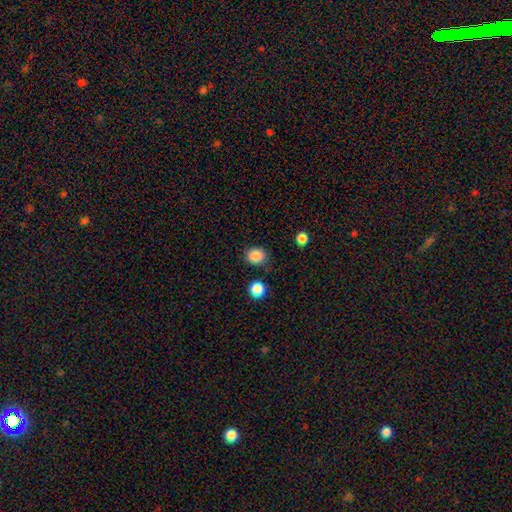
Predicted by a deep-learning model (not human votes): Smooth or featured?
  - smooth: 87% *
  - star or artifact: 10%
  - featured or disk: 3%
How rounded?
  - round: 66% *
  - in between: 33%
  - cigar-shaped: 1%
Merging?
  - none: 83% *
  - minor disturbance: 10%
  - merger: 3%
  - major disturbance: 3%